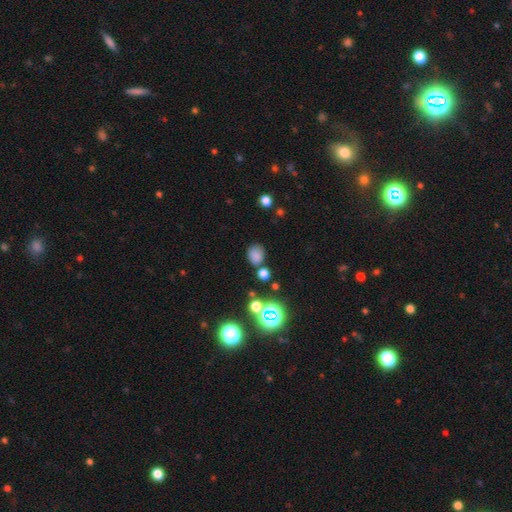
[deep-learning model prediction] This appears to be a smooth galaxy with no disk features (74%) that is round (51%). Merging: none (69%).